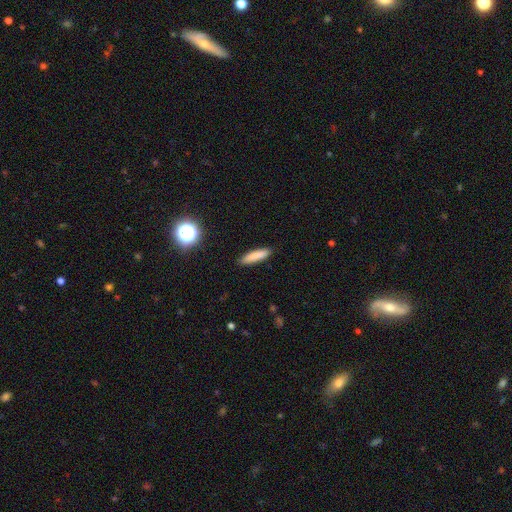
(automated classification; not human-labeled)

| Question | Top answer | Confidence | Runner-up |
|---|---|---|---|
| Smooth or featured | smooth | 83% | featured or disk (9%) |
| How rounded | cigar-shaped | 78% | in between (20%) |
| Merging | none | 88% | minor disturbance (9%) |